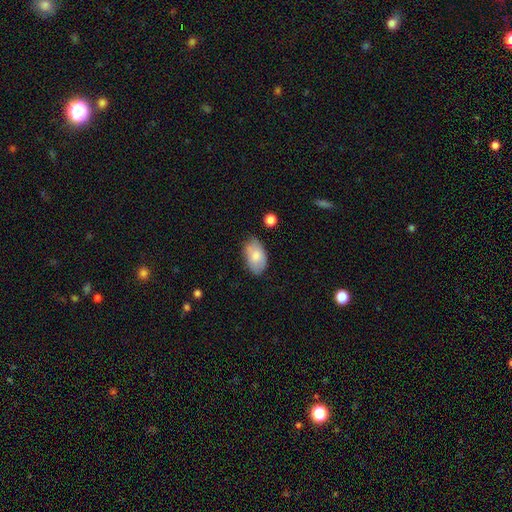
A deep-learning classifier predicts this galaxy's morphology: This appears to be a smooth galaxy with no disk features (79%) that is in between round and cigar-shaped (93%). Merging: none (70%).